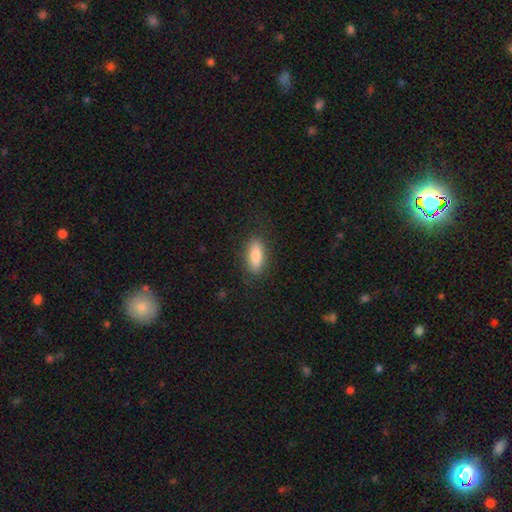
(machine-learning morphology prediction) This is clearly a smooth galaxy (81%). How rounded: likely in between (68%). Merging: clearly none (86%).